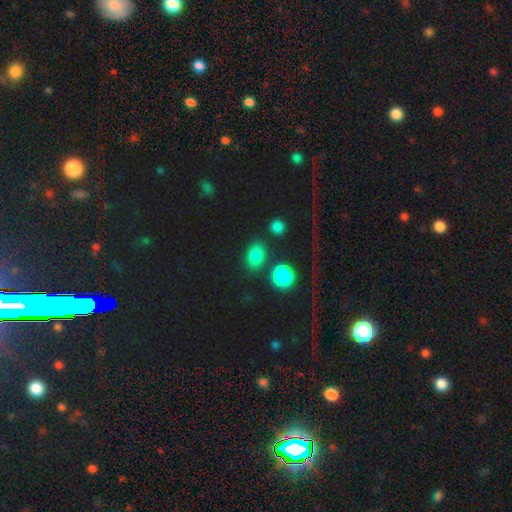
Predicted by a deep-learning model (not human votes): Smooth or featured?
  - smooth: 78% *
  - star or artifact: 16%
  - featured or disk: 6%
How rounded?
  - in between: 62% *
  - round: 36%
  - cigar-shaped: 2%
Merging?
  - none: 77% *
  - minor disturbance: 11%
  - merger: 8%
  - major disturbance: 4%